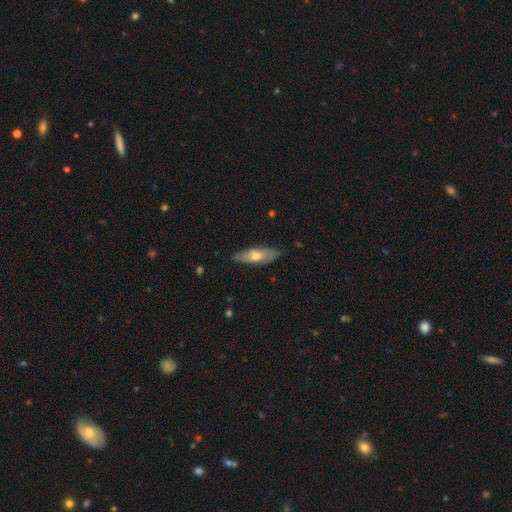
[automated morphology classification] Smooth or featured: smooth — 57% (featured or disk — 37%)
How rounded: in between — 53% (cigar-shaped — 44%)
Merging: none — 81% (minor disturbance — 15%)